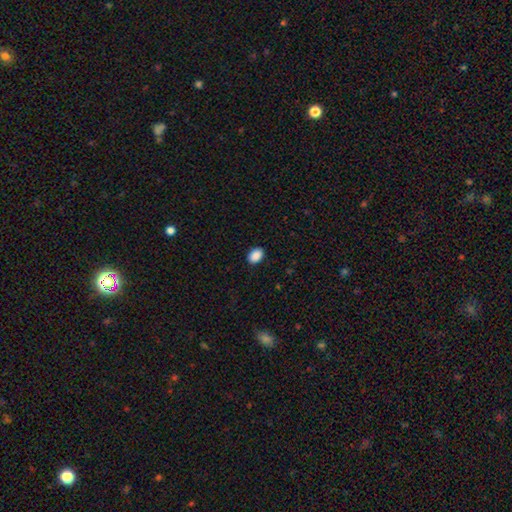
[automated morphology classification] Smooth or featured? Predicted: smooth (p=0.90). How rounded? Predicted: in between (p=0.80). Merging? Predicted: none (p=0.89).